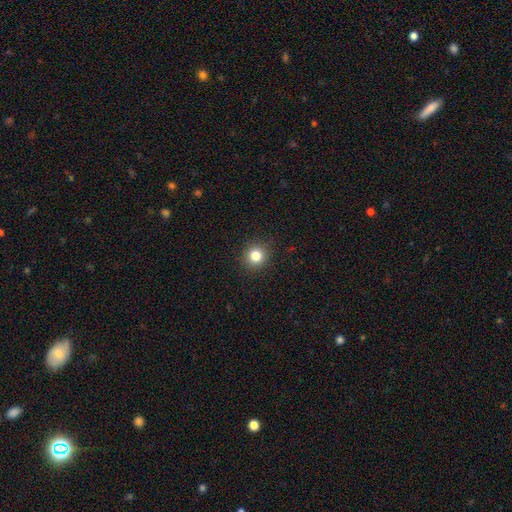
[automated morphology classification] smooth 82%, star or artifact 12%, featured or disk 6%. Down the decision tree: how rounded — round (92%); merging — none (92%).